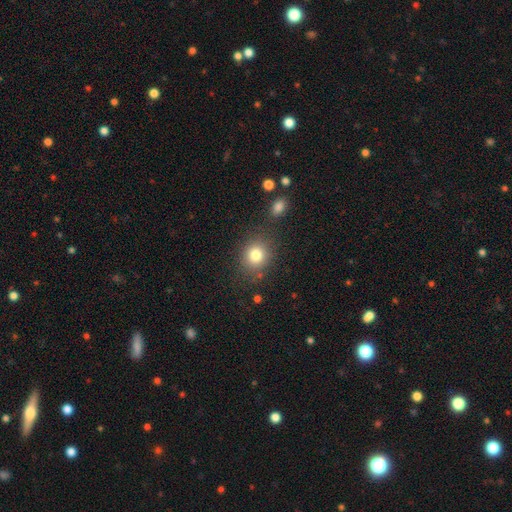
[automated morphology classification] This is likely a smooth galaxy (67%). How rounded: clearly round (82%). Merging: clearly none (85%).